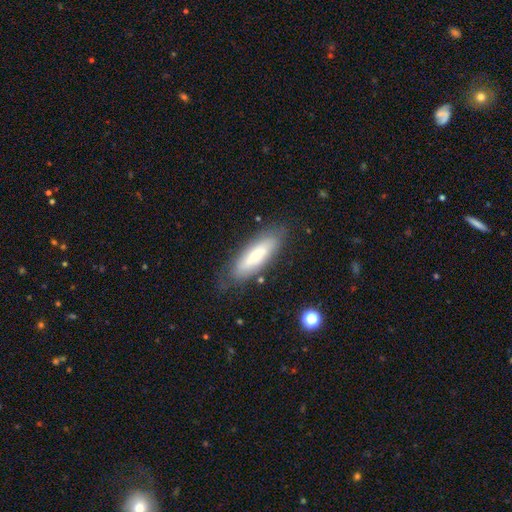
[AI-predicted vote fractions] This is likely a smooth galaxy (66%). How rounded: possibly cigar-shaped (51%). Merging: likely none (76%).